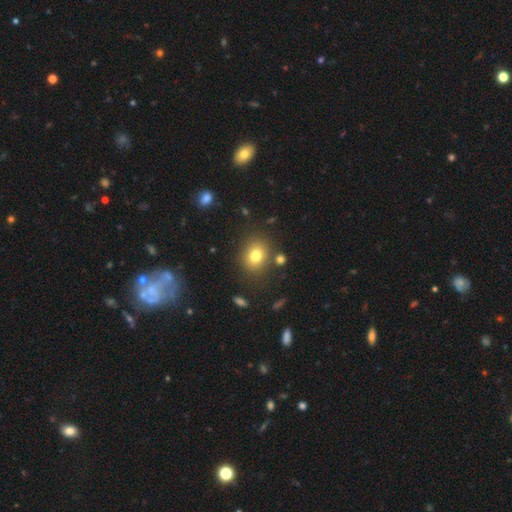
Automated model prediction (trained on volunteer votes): Smooth or featured? smooth (77%)
How rounded? round (61%)
Merging? none (81%)